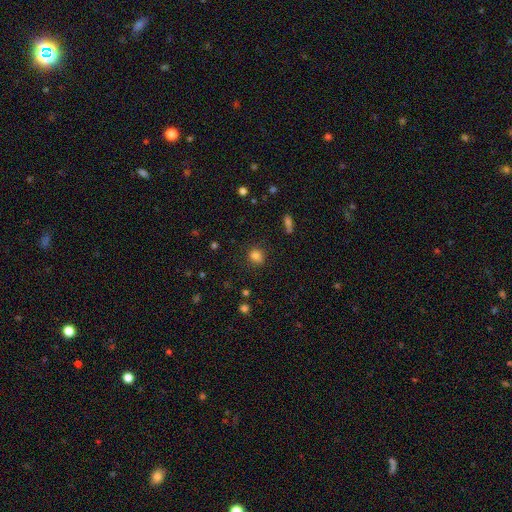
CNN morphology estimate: A smooth galaxy with no disk features (81%) that is round (82%).

Vote fractions:
- Smooth or featured? smooth: 81% / star or artifact: 13% / featured or disk: 6%
- How rounded? round: 82% / in between: 17% / cigar-shaped: 1%
- Merging? none: 81% / minor disturbance: 13% / major disturbance: 4% / merger: 3%